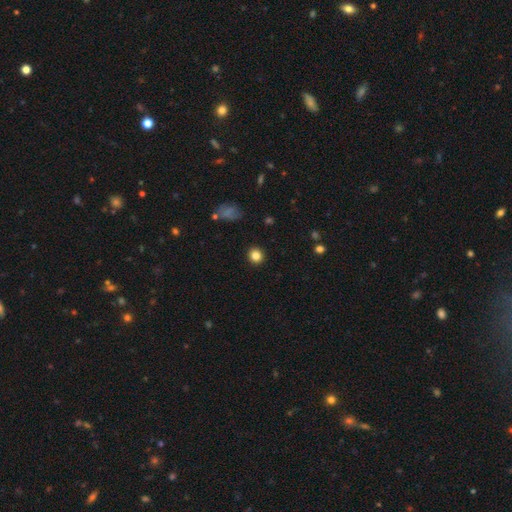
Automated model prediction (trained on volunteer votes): A smooth galaxy with no disk features (84%) that is round (86%). Merging: none (91%).